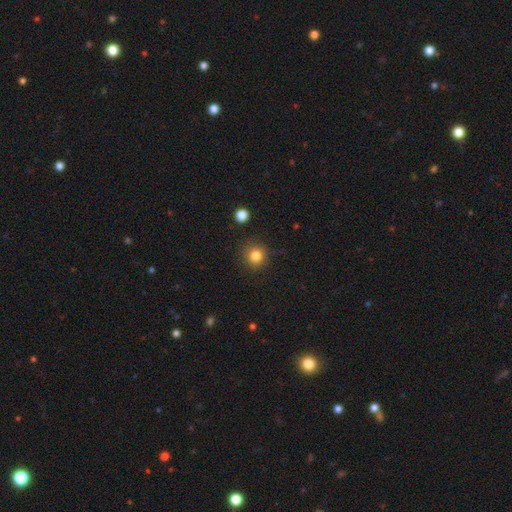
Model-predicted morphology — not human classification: Smooth or featured? smooth (83%)
How rounded? round (91%)
Merging? none (88%)